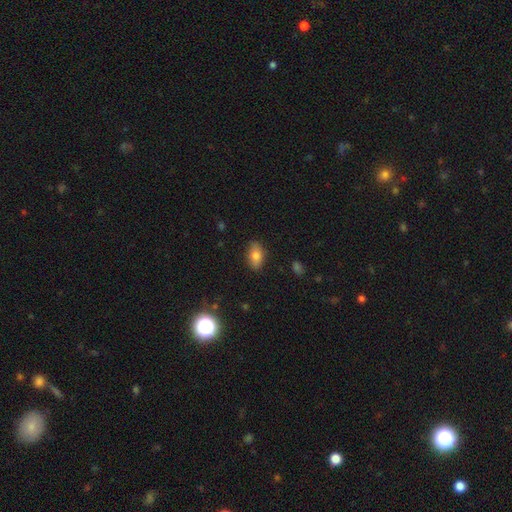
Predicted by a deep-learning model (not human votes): Smooth or featured? smooth (76%)
How rounded? in between (87%)
Merging? none (86%)